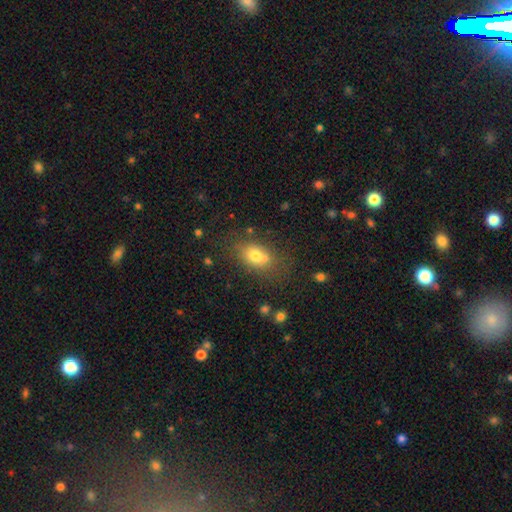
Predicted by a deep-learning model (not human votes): Smooth or featured: smooth — 72% (featured or disk — 15%)
How rounded: in between — 71% (round — 27%)
Merging: none — 60% (merger — 18%)